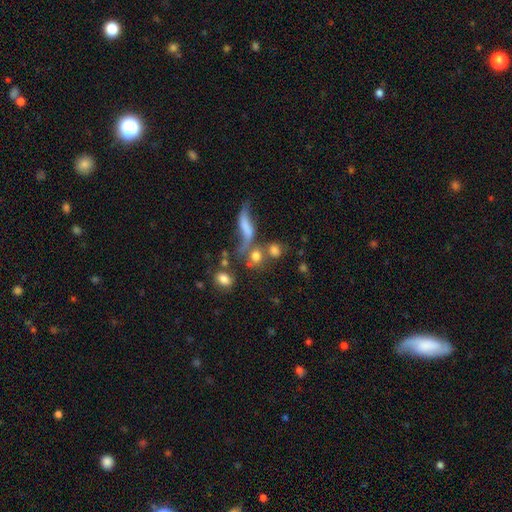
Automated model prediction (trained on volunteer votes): Q: Smooth or featured?
A: smooth (64%); runner-up: featured or disk (22%)
Q: How rounded?
A: round (62%); runner-up: in between (30%)
Q: Merging?
A: none (38%); runner-up: merger (37%)